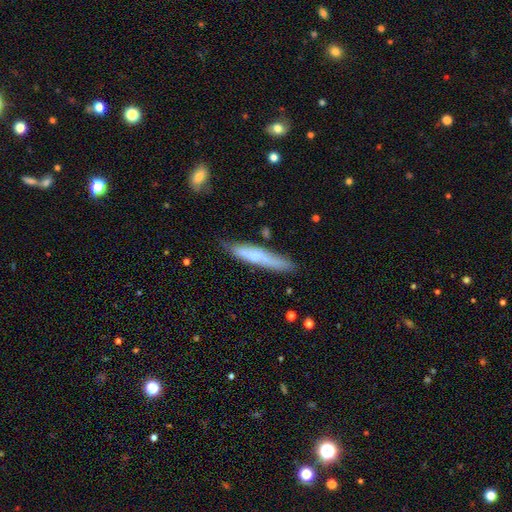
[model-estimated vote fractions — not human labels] Overall: smooth (63%; featured or disk 30%). How rounded: cigar-shaped (92%). Merging: none (71%).